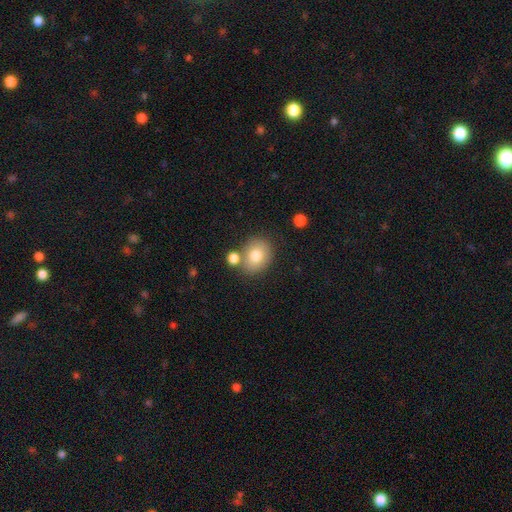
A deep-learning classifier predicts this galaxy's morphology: Smooth or featured?
  - smooth: 77% *
  - featured or disk: 14%
  - star or artifact: 9%
How rounded?
  - round: 55% *
  - in between: 45%
  - cigar-shaped: 1%
Merging?
  - none: 68% *
  - merger: 15%
  - minor disturbance: 13%
  - major disturbance: 4%